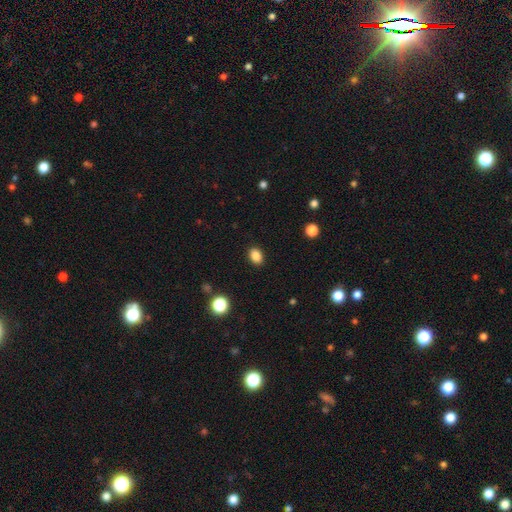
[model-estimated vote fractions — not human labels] Smooth or featured: smooth — 87% (star or artifact — 10%)
How rounded: in between — 67% (round — 32%)
Merging: none — 90% (minor disturbance — 7%)